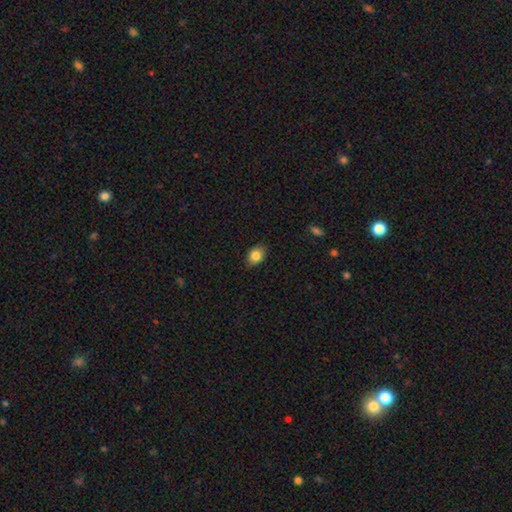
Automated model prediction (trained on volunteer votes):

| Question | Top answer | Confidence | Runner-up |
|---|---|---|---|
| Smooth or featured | smooth | 84% | star or artifact (9%) |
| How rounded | in between | 70% | round (29%) |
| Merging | none | 85% | minor disturbance (12%) |